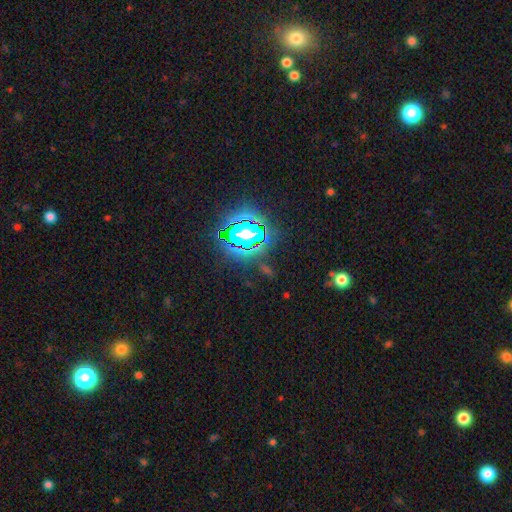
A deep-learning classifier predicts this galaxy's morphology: The model was most divided on "smooth or featured": star or artifact: 82%, smooth: 11%, featured or disk: 7%.